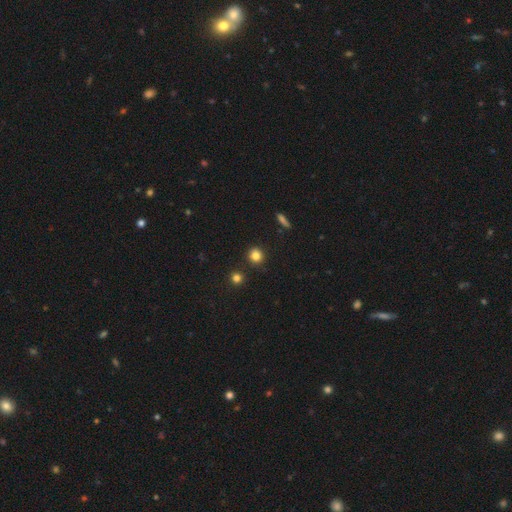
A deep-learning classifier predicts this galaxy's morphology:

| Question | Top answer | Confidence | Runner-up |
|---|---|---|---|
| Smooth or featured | smooth | 83% | star or artifact (12%) |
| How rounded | round | 90% | in between (9%) |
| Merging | none | 90% | minor disturbance (6%) |